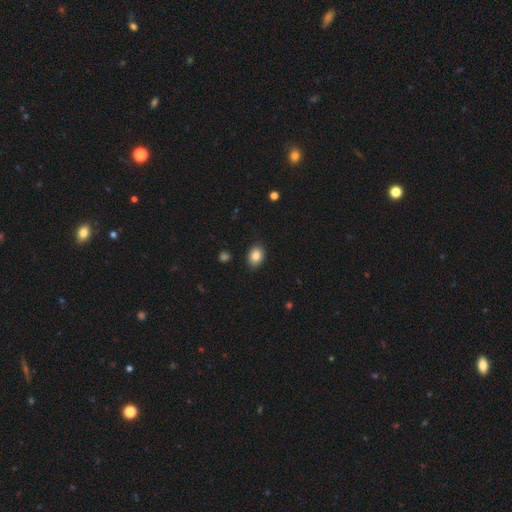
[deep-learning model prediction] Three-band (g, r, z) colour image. It shows a smooth galaxy with no disk features (85%) that is in between round and cigar-shaped (60%). Merging: none (86%).